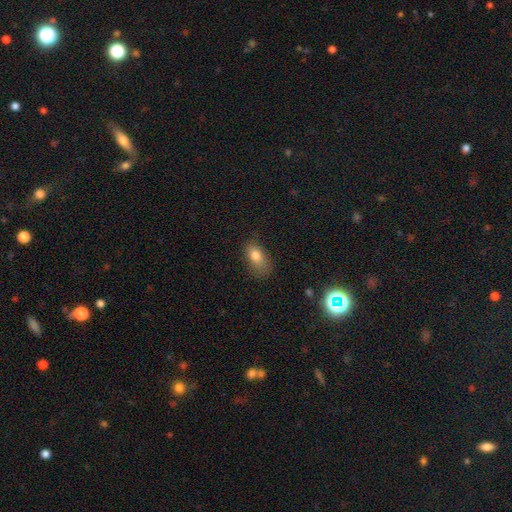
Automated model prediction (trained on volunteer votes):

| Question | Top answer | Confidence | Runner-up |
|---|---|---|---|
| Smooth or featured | smooth | 80% | featured or disk (10%) |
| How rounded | in between | 85% | round (11%) |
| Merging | none | 58% | minor disturbance (28%) |